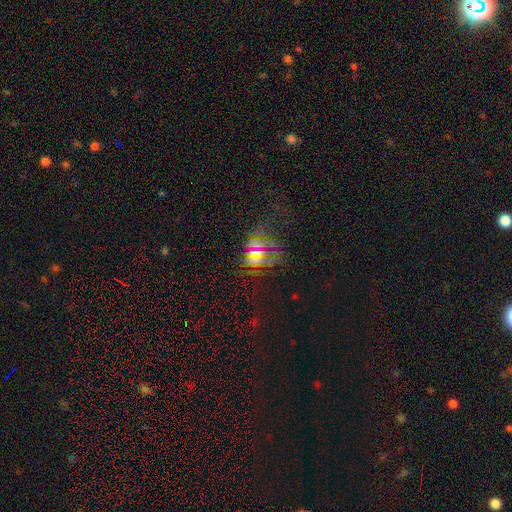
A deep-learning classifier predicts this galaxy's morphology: A star or artifact, not a galaxy (58%).